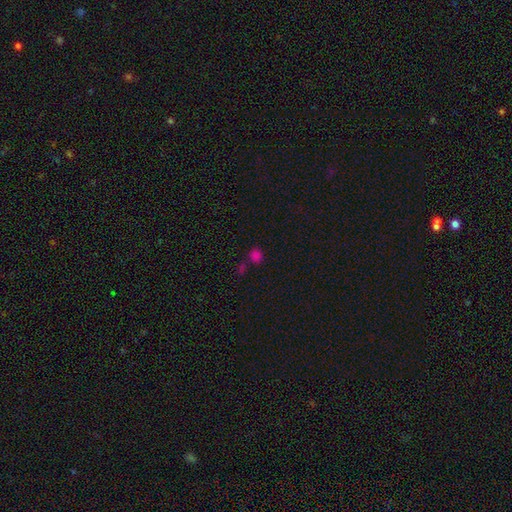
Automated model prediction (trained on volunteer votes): A smooth galaxy with no disk features (67%) that is round (76%). Merging: none (63%).